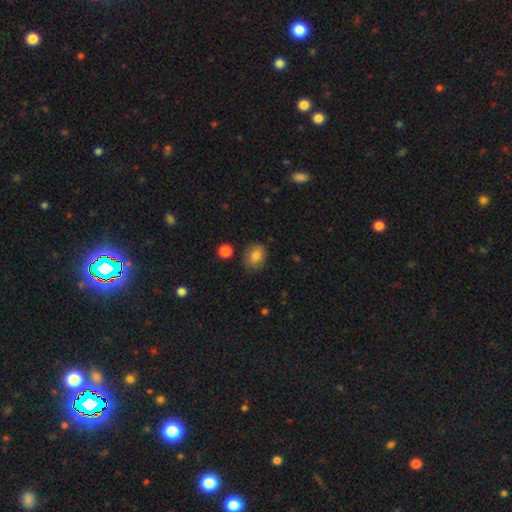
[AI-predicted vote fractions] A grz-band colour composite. It shows a smooth galaxy with no disk features (82%) that is in between round and cigar-shaped (64%). Merging: none (79%).